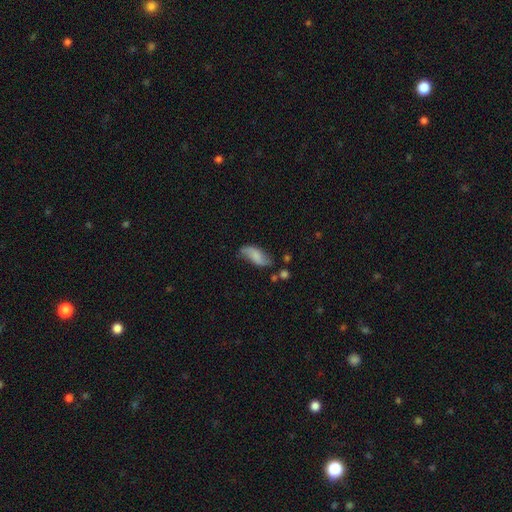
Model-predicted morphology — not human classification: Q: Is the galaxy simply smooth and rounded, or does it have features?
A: featured or disk — 46%, tied with smooth.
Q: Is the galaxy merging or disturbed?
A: none — 61%.